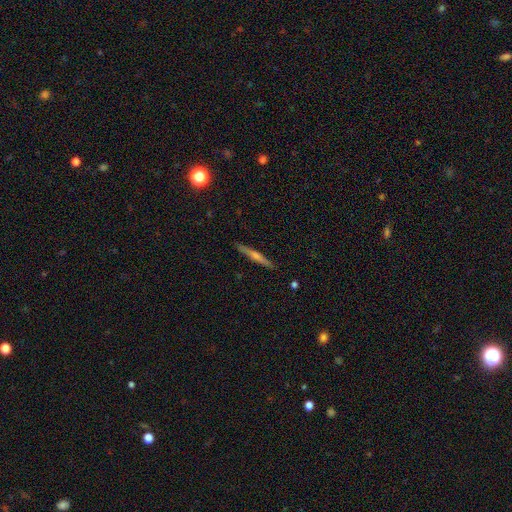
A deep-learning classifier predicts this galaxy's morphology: Smooth or featured?
  - featured or disk: 69% *
  - smooth: 22%
  - star or artifact: 9%
Edge-on disk?
  - yes: 97% *
  - no: 3%
Edge-on bulge?
  - rounded: 80% *
  - none: 13%
  - boxy: 6%
Merging?
  - none: 91% *
  - minor disturbance: 6%
  - major disturbance: 1%
  - merger: 1%